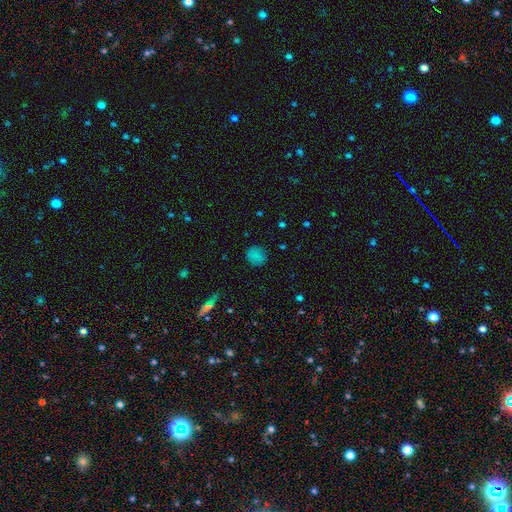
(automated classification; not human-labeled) smooth_or_featured: smooth (p=0.80) [alt: star or artifact p=0.13]
how_rounded: round (p=0.85) [alt: in between p=0.14]
merging: none (p=0.85) [alt: minor disturbance p=0.11]